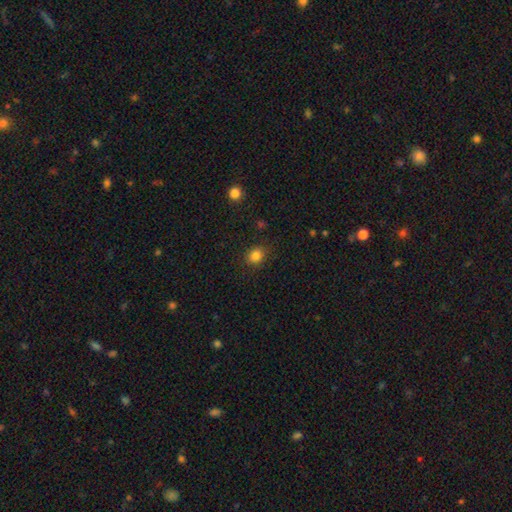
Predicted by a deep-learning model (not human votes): smooth_or_featured: smooth (p=0.84) [alt: star or artifact p=0.11]
how_rounded: round (p=0.65) [alt: in between p=0.34]
merging: none (p=0.85) [alt: minor disturbance p=0.11]